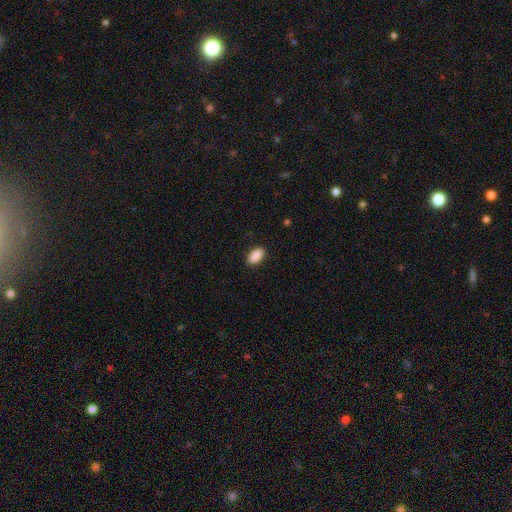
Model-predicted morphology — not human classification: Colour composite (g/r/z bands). It shows a smooth galaxy with no disk features (91%) that is in between round and cigar-shaped (93%). Merging: none (89%).